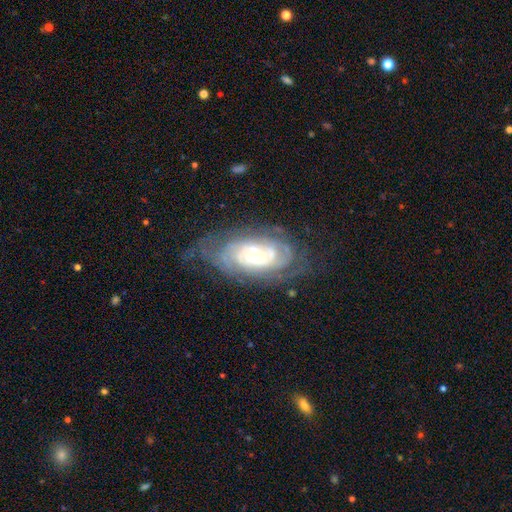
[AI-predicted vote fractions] Smooth or featured?
  - featured or disk: 84% *
  - smooth: 10%
  - star or artifact: 6%
Edge-on disk?
  - no: 94% *
  - yes: 6%
Bar?
  - no: 65% *
  - weak: 26%
  - strong: 9%
Spiral arms?
  - yes: 93% *
  - no: 7%
Spiral winding?
  - tight: 75% *
  - medium: 20%
  - loose: 5%
Spiral arm count?
  - can't tell: 45% *
  - 2: 22%
  - 3: 12%
  - 4: 10%
  - more than 4: 6%
  - 1: 4%
Bulge size?
  - small: 51% *
  - moderate: 42%
  - large: 5%
  - none: 1%
  - dominant: 1%
Merging?
  - none: 63% *
  - minor disturbance: 22%
  - major disturbance: 13%
  - merger: 2%